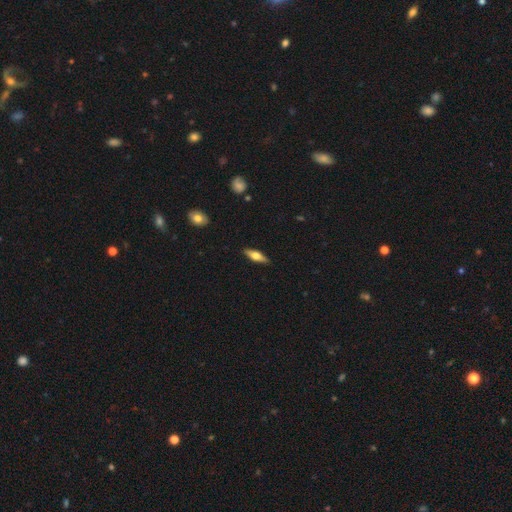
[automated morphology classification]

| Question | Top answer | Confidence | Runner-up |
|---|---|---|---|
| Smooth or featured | smooth | 53% | featured or disk (41%) |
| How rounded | in between | 52% | cigar-shaped (46%) |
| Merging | none | 88% | minor disturbance (9%) |